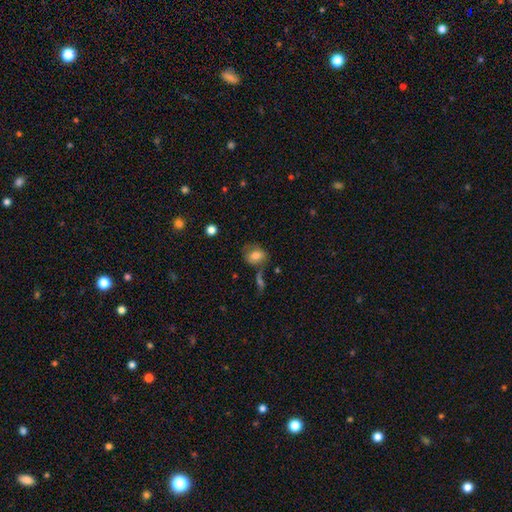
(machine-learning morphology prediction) Smooth or featured? Predicted: smooth (p=0.73). How rounded? Predicted: in between (p=0.53). Merging? Predicted: none (p=0.58).